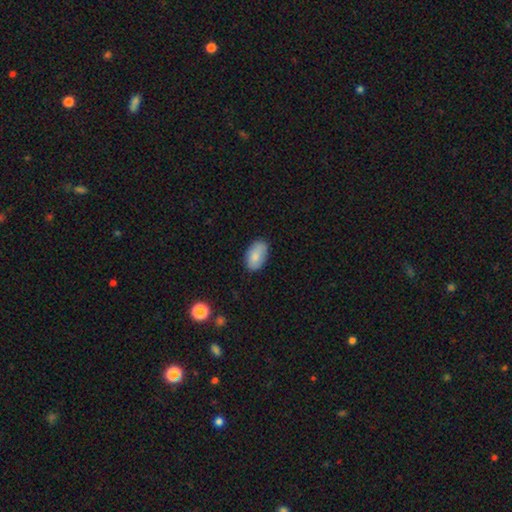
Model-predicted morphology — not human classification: Overall: smooth (83%). How rounded: in between (92%). Merging: none (81%).